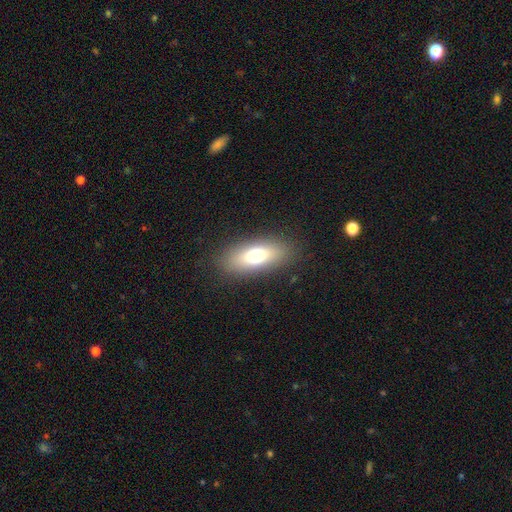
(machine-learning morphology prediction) Smooth or featured? Predicted: smooth (p=0.71). How rounded? Predicted: in between (p=0.75). Merging? Predicted: none (p=0.86).